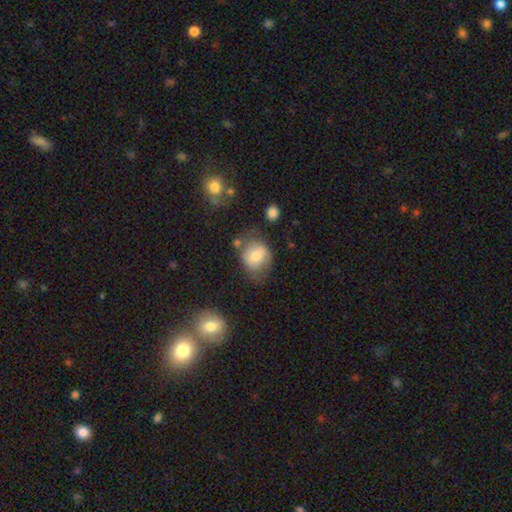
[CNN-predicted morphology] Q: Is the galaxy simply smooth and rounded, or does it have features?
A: smooth — 64%.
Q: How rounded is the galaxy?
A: round — 55%.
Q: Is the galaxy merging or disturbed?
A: none — 53%.